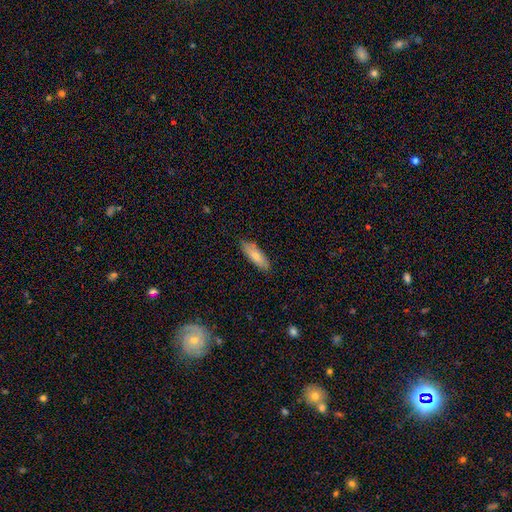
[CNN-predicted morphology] Smooth or featured? Predicted: smooth (p=0.79). How rounded? Predicted: in between (p=0.61). Merging? Predicted: none (p=0.84).